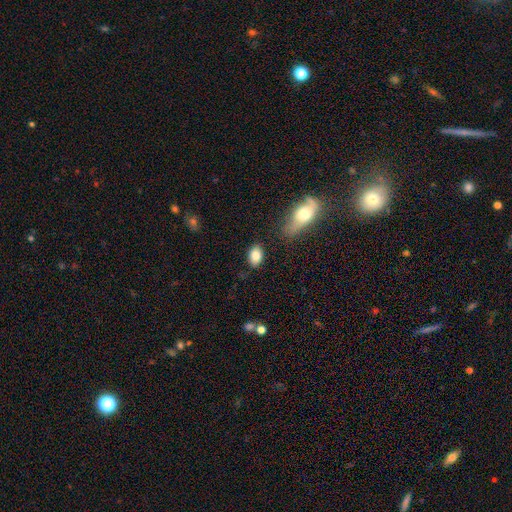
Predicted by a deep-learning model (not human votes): Morphology: type=smooth (84%); roundness=in between (85%); merging=none (81%).